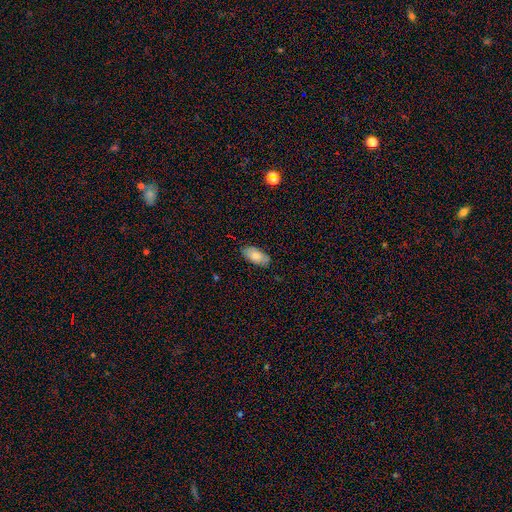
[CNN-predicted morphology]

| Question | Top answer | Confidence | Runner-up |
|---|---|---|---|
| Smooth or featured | smooth | 80% | featured or disk (13%) |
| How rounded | in between | 92% | cigar-shaped (6%) |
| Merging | none | 84% | minor disturbance (13%) |